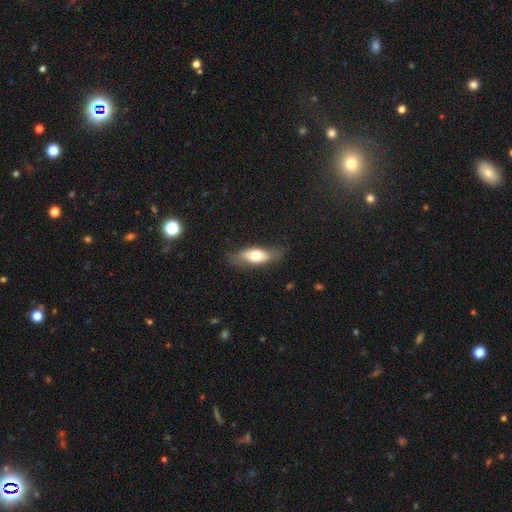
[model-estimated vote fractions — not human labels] Overall: smooth (61%; featured or disk 33%). How rounded: in between (72%). Merging: none (72%).